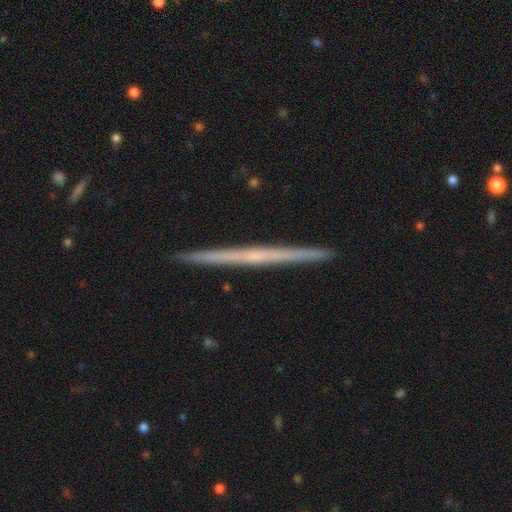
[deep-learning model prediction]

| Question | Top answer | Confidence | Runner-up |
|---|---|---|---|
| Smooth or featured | featured or disk | 69% | smooth (26%) |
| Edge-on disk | yes | 98% | no (2%) |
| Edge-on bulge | none | 82% | rounded (14%) |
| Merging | none | 93% | minor disturbance (5%) |